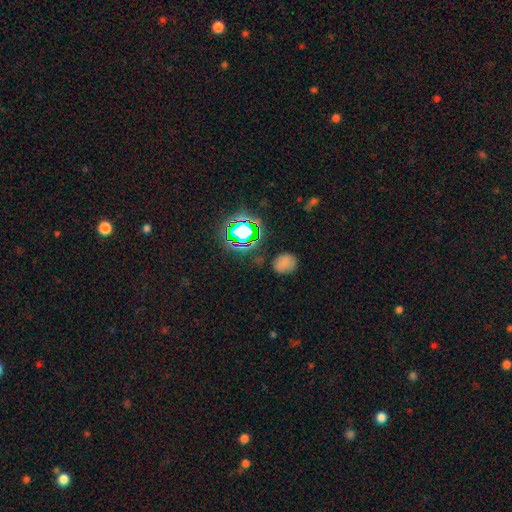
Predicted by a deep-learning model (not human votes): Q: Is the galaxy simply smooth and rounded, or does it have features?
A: star or artifact — 70%.